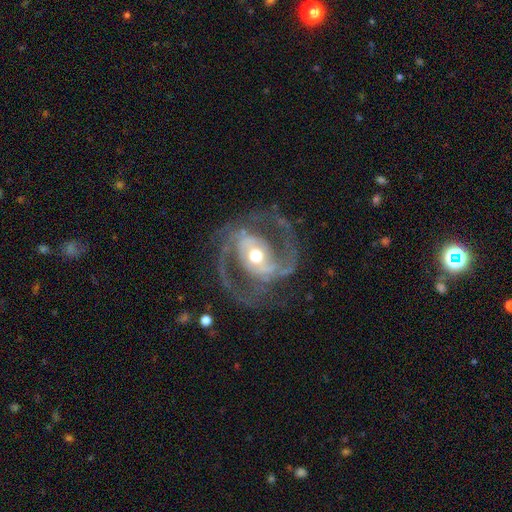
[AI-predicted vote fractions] featured or disk 92%, star or artifact 5%, smooth 4%. Down the decision tree: edge-on disk — no (97%); bar — strong (41%); spiral arms — yes (97%); spiral arm count — 2 (88%); spiral winding — medium (59%); bulge size — moderate (69%); merging — none (75%).